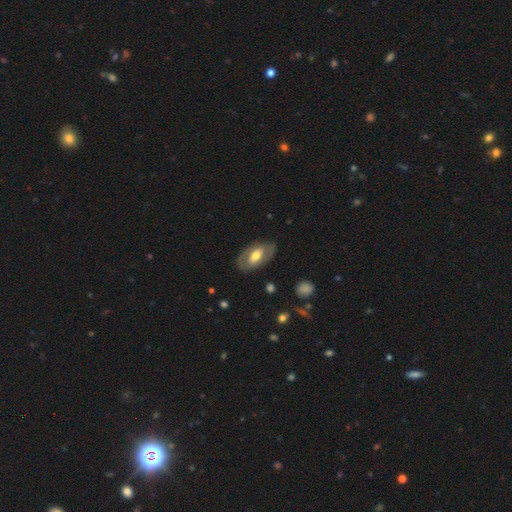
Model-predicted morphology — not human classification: smooth_or_featured: featured or disk (p=0.55) [alt: smooth p=0.40]
disk_edge_on: no (p=0.89) [alt: yes p=0.11]
merging: none (p=0.78) [alt: minor disturbance p=0.14]